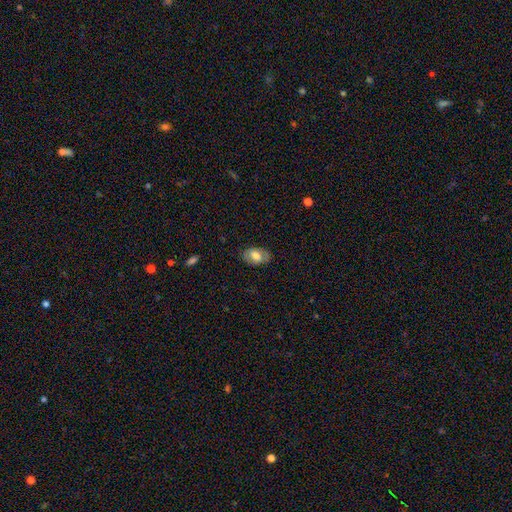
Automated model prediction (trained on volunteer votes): Q: Smooth or featured?
A: smooth (58%); runner-up: featured or disk (34%)
Q: How rounded?
A: in between (90%); runner-up: round (8%)
Q: Merging?
A: none (78%); runner-up: minor disturbance (16%)